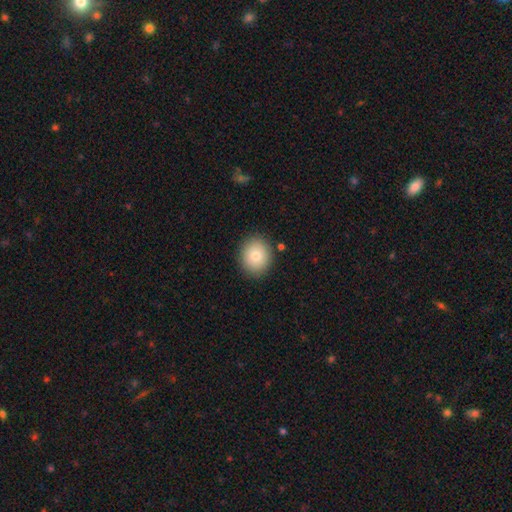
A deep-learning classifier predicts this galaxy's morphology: Smooth or featured: smooth — 80% (featured or disk — 11%)
How rounded: round — 75% (in between — 24%)
Merging: none — 87% (minor disturbance — 8%)